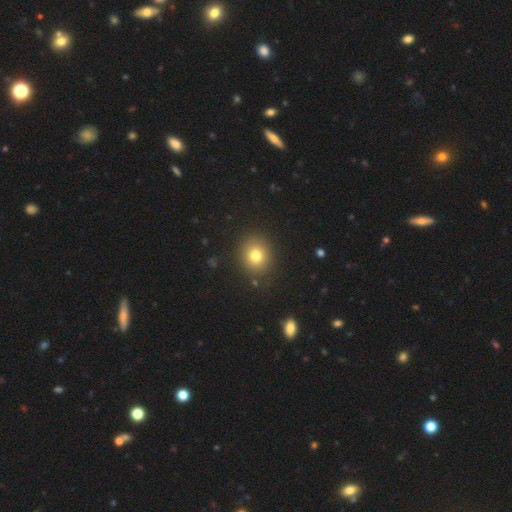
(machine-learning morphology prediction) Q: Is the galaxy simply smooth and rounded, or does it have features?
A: smooth — 78%.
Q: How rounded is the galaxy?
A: round — 76%.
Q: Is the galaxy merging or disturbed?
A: none — 87%.